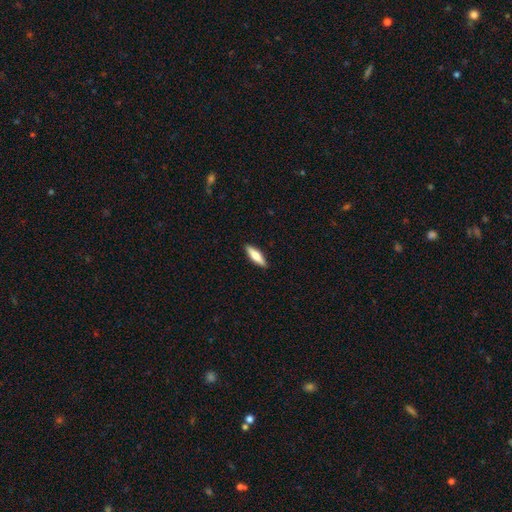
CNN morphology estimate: type=smooth (68%); roundness=cigar-shaped (63%); merging=none (90%).